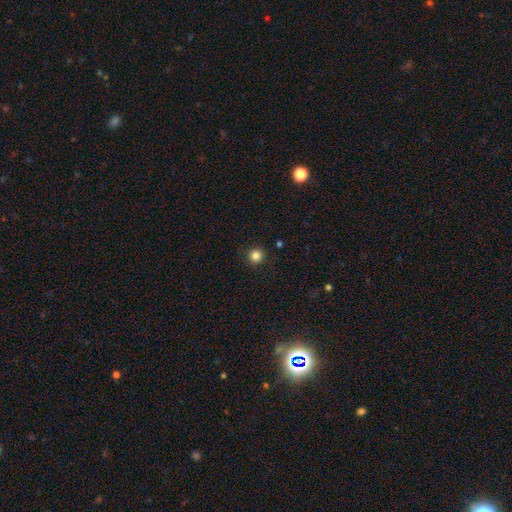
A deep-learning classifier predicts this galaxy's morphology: Smooth or featured: smooth — 84% (star or artifact — 12%)
How rounded: round — 95% (in between — 5%)
Merging: none — 92% (minor disturbance — 5%)